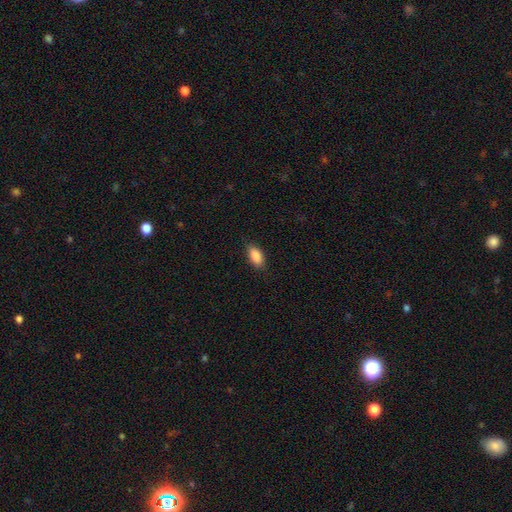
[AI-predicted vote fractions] Q: Smooth or featured?
A: smooth (88%); runner-up: star or artifact (7%)
Q: How rounded?
A: in between (90%); runner-up: cigar-shaped (6%)
Q: Merging?
A: none (82%); runner-up: minor disturbance (14%)